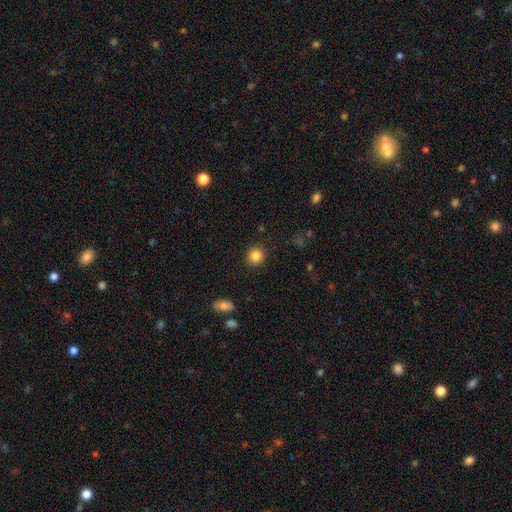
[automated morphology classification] smooth 84%, star or artifact 11%, featured or disk 5%. Down the decision tree: how rounded — round (88%); merging — none (90%).